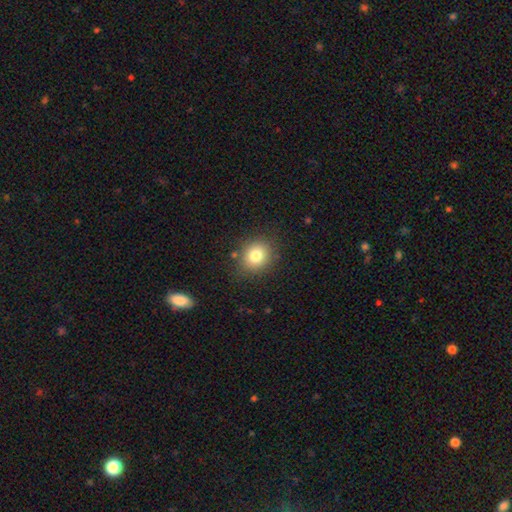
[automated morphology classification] smooth-or-featured: smooth: 80% | star or artifact: 11% | featured or disk: 9%
  how-rounded: round: 71% | in between: 28% | cigar-shaped: 1%
  merging: none: 84% | minor disturbance: 10% | major disturbance: 3% | merger: 2%